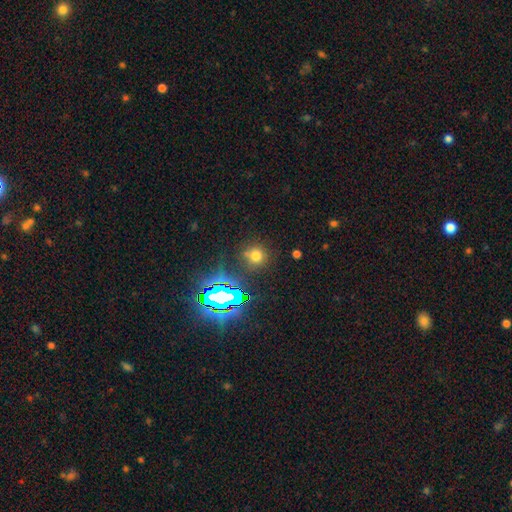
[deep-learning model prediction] This appears to be a smooth galaxy with no disk features (63%) that is round (89%). Merging: none (78%).